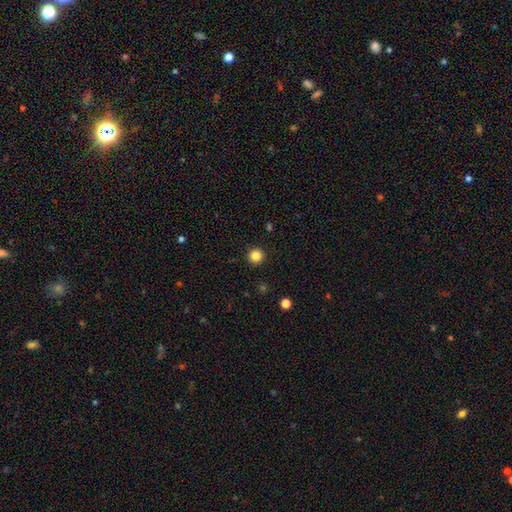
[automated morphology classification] A smooth galaxy with no disk features (84%) that is round (96%).

Vote fractions:
- Smooth or featured? smooth: 84% / star or artifact: 12% / featured or disk: 4%
- How rounded? round: 96% / in between: 3% / cigar-shaped: 1%
- Merging? none: 93% / minor disturbance: 4% / major disturbance: 2% / merger: 1%